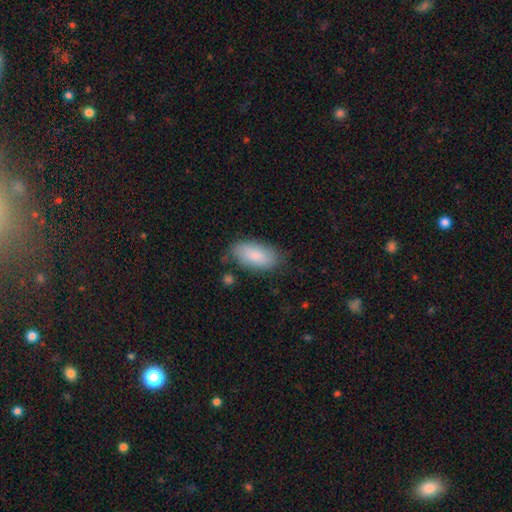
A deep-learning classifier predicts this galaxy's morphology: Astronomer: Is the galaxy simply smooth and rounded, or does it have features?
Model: smooth — 83%.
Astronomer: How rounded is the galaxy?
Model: in between — 93%.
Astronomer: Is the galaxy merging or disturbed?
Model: none — 70%.